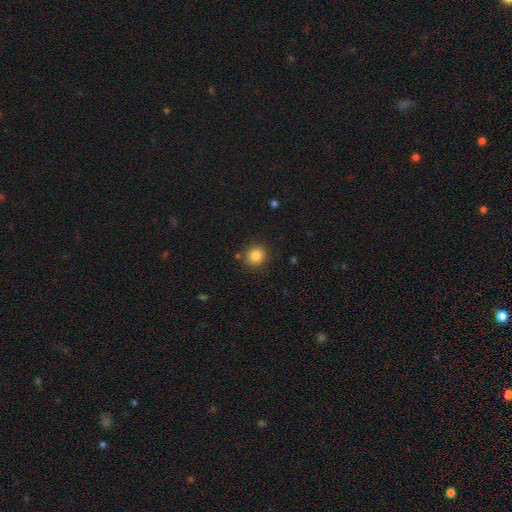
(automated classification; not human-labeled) smooth 84%, star or artifact 10%, featured or disk 5%. Down the decision tree: how rounded — round (85%); merging — none (87%).